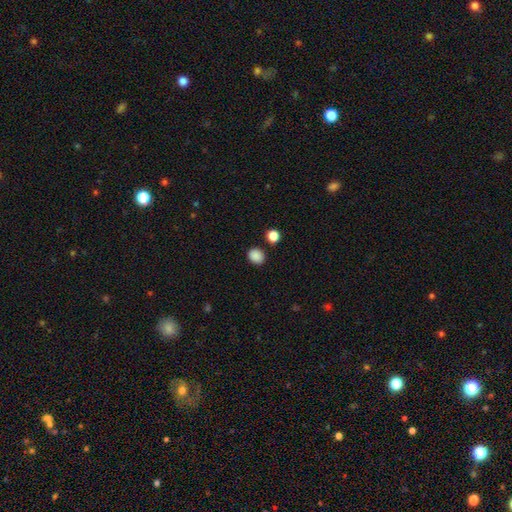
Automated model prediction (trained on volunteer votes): Smooth or featured? smooth (87%)
How rounded? round (61%)
Merging? none (86%)